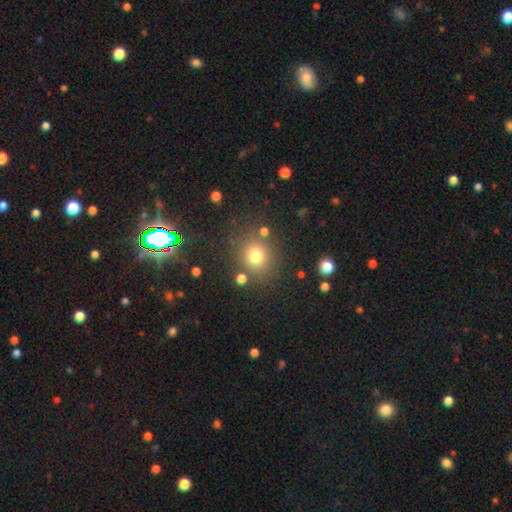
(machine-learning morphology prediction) Smooth or featured?
  - smooth: 74% *
  - star or artifact: 17%
  - featured or disk: 8%
How rounded?
  - round: 81% *
  - in between: 18%
  - cigar-shaped: 1%
Merging?
  - none: 79% *
  - minor disturbance: 10%
  - merger: 6%
  - major disturbance: 5%